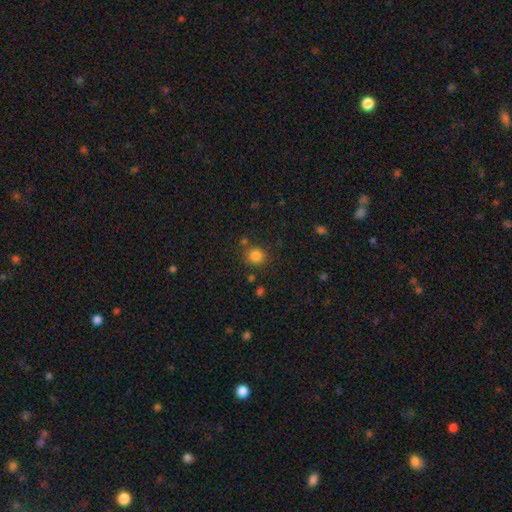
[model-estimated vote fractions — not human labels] A smooth galaxy with no disk features (83%) that is round (84%).

Vote fractions:
- Smooth or featured? smooth: 83% / star or artifact: 12% / featured or disk: 5%
- How rounded? round: 84% / in between: 16% / cigar-shaped: 1%
- Merging? none: 78% / minor disturbance: 11% / merger: 8% / major disturbance: 4%